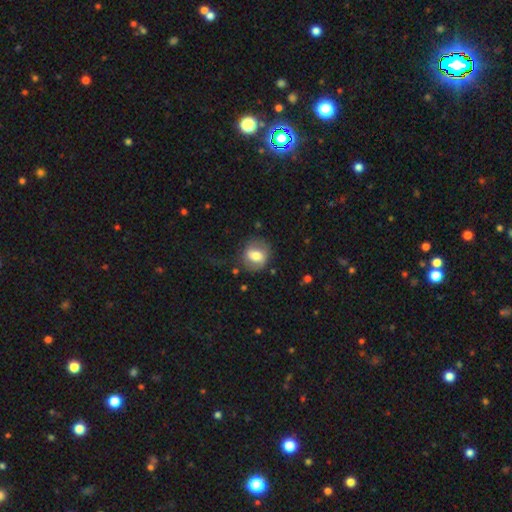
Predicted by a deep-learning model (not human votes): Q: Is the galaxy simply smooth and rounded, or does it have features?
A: smooth — 63%.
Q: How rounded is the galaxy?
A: round — 63%.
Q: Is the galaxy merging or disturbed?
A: none — 70%.